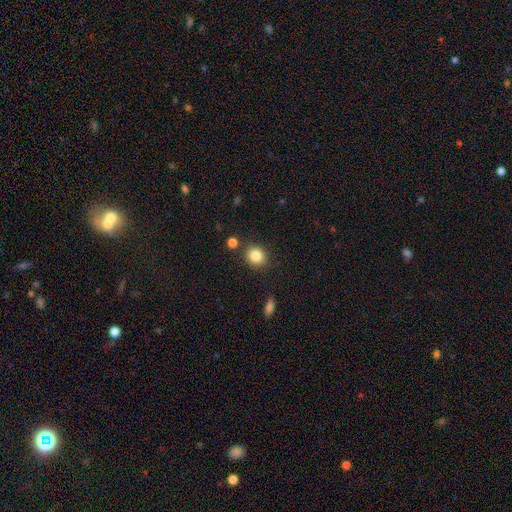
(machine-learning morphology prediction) Smooth or featured?
  - smooth: 85% *
  - star or artifact: 9%
  - featured or disk: 6%
How rounded?
  - round: 75% *
  - in between: 24%
  - cigar-shaped: 1%
Merging?
  - none: 85% *
  - minor disturbance: 8%
  - merger: 4%
  - major disturbance: 2%